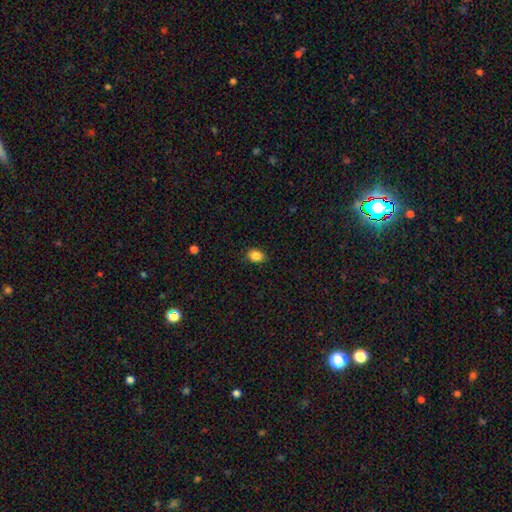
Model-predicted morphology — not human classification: Q: Smooth or featured?
A: smooth (86%); runner-up: star or artifact (10%)
Q: How rounded?
A: in between (60%); runner-up: round (39%)
Q: Merging?
A: none (88%); runner-up: minor disturbance (9%)